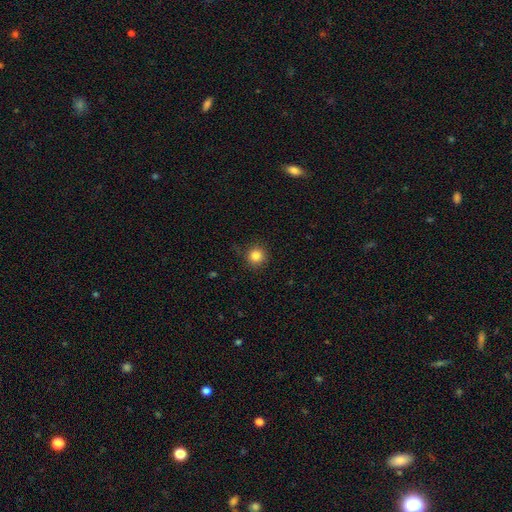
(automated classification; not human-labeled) A smooth galaxy with no disk features (84%) that is round (94%). Merging: none (87%).